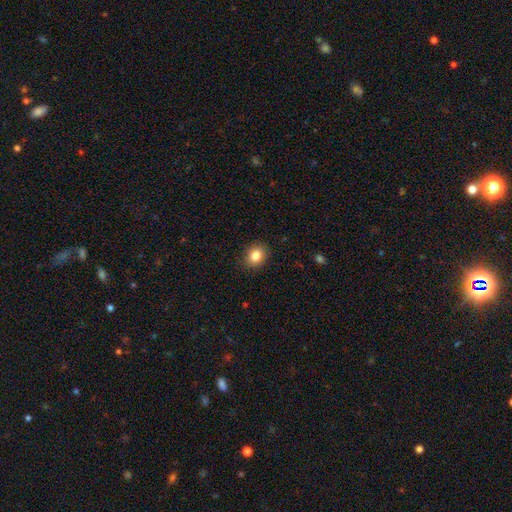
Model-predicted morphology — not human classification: This is clearly a smooth galaxy (84%). How rounded: possibly round (60%). Merging: clearly none (88%).